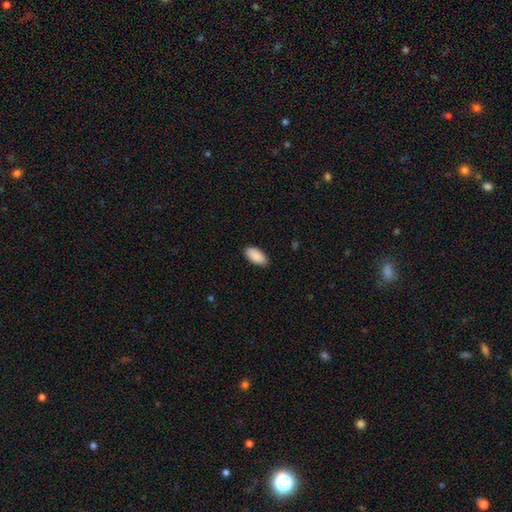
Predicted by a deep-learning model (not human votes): This is clearly a smooth galaxy (91%). How rounded: clearly in between (95%). Merging: clearly none (88%).